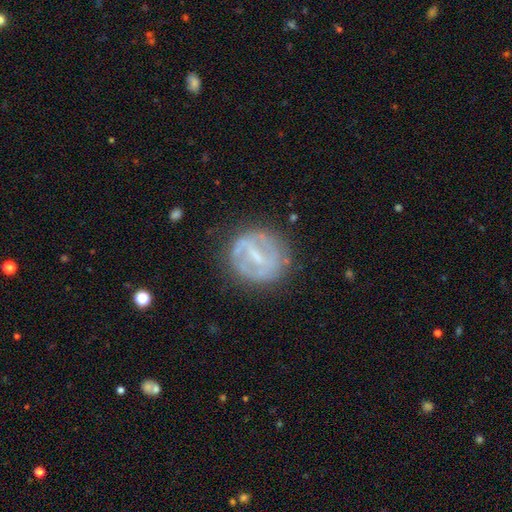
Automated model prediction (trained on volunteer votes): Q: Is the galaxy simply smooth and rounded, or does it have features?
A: featured or disk — 70%.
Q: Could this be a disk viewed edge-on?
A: no — 96%.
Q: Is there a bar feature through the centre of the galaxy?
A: strong — 55%.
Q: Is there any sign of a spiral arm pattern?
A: yes — 52%.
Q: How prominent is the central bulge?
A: small — 50%.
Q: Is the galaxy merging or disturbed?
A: none — 75%.